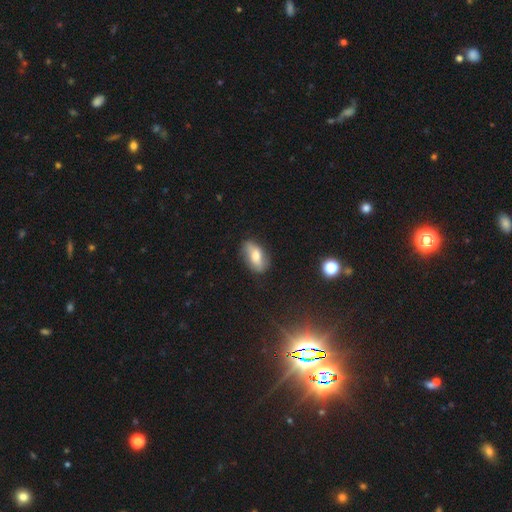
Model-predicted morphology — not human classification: type=smooth (64%); roundness=in between (86%); merging=none (79%).